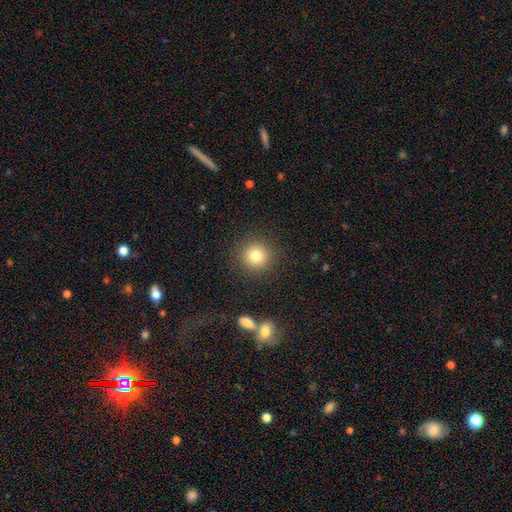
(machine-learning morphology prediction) Smooth or featured? Predicted: smooth (p=0.81). How rounded? Predicted: round (p=0.93). Merging? Predicted: none (p=0.88).